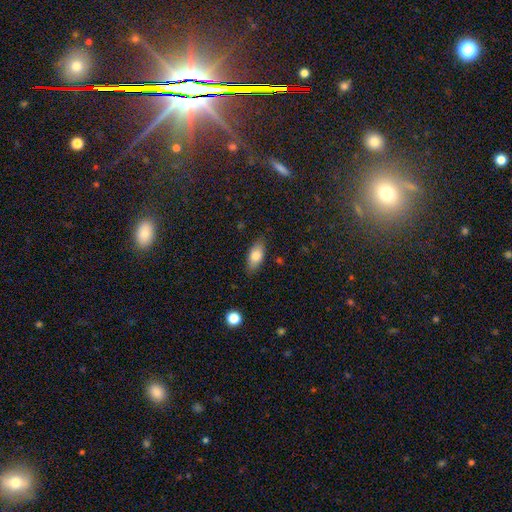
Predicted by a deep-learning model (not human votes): Smooth or featured? smooth (79%)
How rounded? in between (86%)
Merging? none (82%)